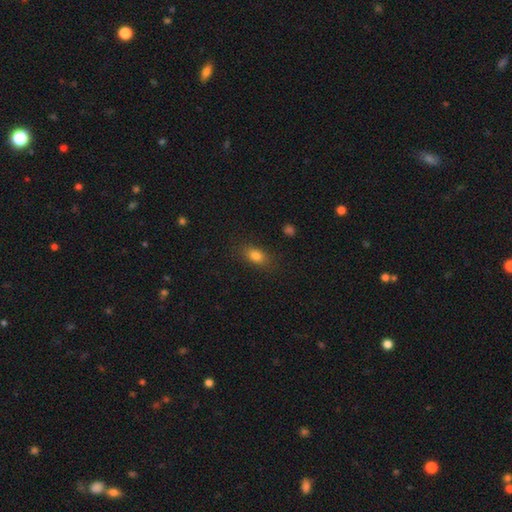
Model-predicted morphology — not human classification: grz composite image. It shows a smooth galaxy with no disk features (82%) that is in between round and cigar-shaped (82%). Merging: none (83%).